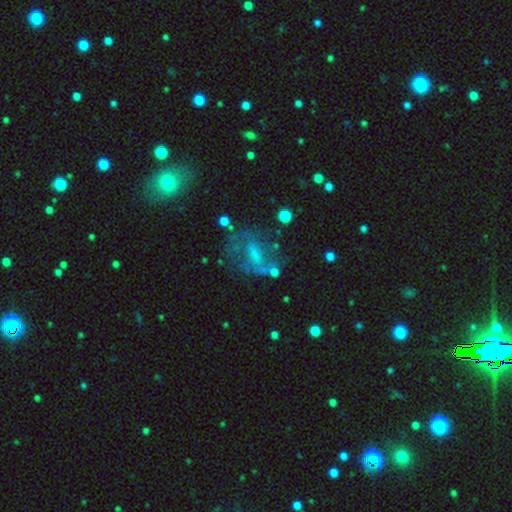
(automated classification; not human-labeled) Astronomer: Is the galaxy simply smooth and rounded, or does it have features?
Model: featured or disk — 53% (runner-up: smooth, 30%).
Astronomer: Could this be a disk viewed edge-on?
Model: no — 95%.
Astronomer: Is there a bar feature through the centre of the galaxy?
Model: no — 44% (runner-up: weak, 40%).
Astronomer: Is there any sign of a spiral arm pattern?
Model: no — 54% (runner-up: yes, 46%).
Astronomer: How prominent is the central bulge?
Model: none — 37% (runner-up: small, 31%).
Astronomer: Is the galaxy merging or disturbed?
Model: none — 49%.